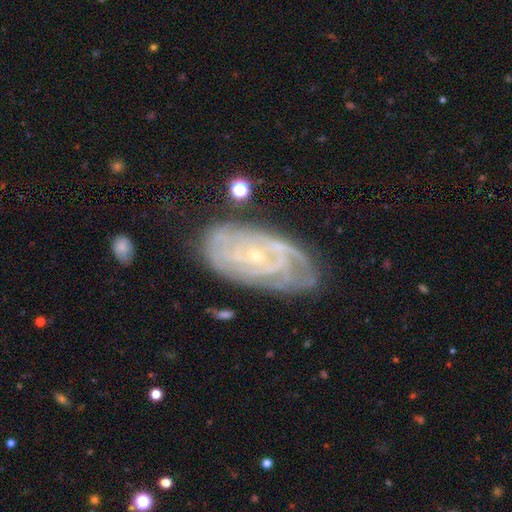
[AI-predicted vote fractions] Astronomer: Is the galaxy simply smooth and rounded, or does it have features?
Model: featured or disk — 83%.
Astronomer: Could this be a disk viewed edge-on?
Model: no — 94%.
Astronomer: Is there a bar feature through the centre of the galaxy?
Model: no — 69%.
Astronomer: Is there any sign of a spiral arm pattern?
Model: yes — 92%.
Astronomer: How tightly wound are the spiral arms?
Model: tight — 74%.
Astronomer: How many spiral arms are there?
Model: can't tell — 43% (runner-up: 2, 20%).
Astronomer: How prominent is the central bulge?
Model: small — 81%.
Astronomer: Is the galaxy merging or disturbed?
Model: none — 68%.